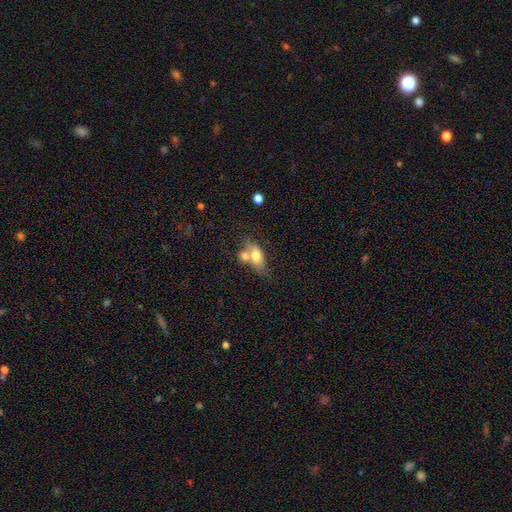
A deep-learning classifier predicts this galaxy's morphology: Smooth or featured? smooth (67%)
How rounded? in between (77%)
Merging? merger (47%)